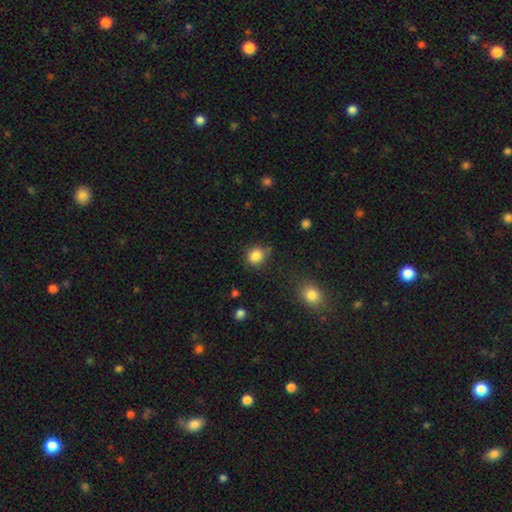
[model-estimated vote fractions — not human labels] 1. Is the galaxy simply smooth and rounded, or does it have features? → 85% smooth, 10% star or artifact, 4% featured or disk.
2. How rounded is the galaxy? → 75% round, 24% in between, 1% cigar-shaped.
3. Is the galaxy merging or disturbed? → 74% none, 19% minor disturbance, 4% major disturbance, 3% merger.